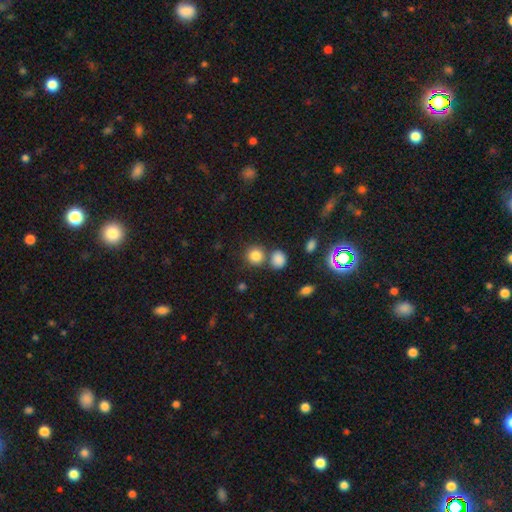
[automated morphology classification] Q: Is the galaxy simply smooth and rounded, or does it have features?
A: smooth — 84%.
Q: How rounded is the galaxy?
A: round — 88%.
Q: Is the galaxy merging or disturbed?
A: none — 67%.